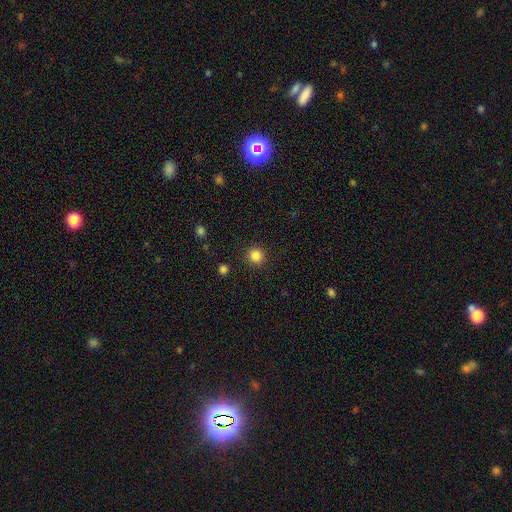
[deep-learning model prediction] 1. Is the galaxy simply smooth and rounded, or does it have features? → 85% smooth, 11% star or artifact, 4% featured or disk.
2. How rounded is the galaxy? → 92% round, 7% in between, 1% cigar-shaped.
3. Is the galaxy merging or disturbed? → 90% none, 6% minor disturbance, 2% major disturbance, 1% merger.